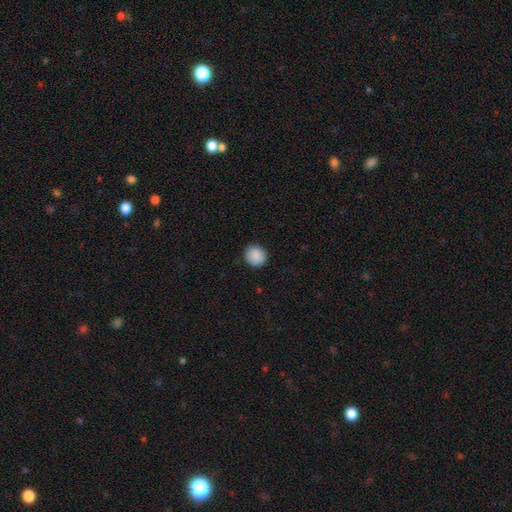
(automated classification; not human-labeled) smooth-or-featured: smooth: 89% | star or artifact: 8% | featured or disk: 4%
  how-rounded: round: 92% | in between: 7% | cigar-shaped: 1%
  merging: none: 89% | minor disturbance: 8% | major disturbance: 2% | merger: 1%